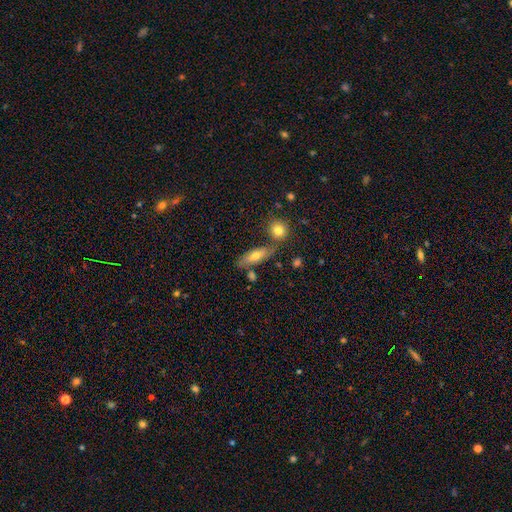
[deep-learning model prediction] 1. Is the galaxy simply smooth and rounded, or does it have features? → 63% smooth, 30% featured or disk, 7% star or artifact.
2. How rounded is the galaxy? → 49% in between, 47% cigar-shaped, 4% round.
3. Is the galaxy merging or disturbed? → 69% none, 14% minor disturbance, 12% merger, 4% major disturbance.